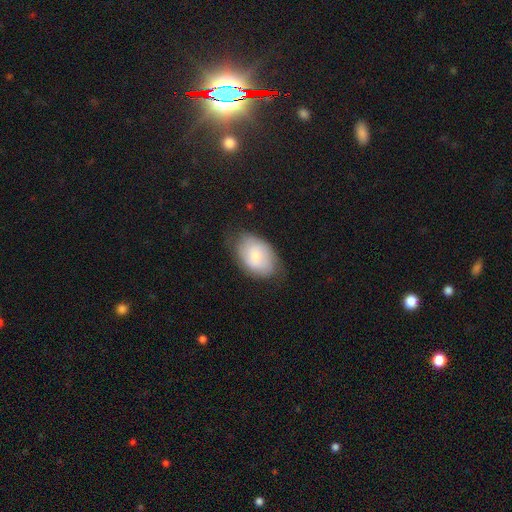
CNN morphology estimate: Smooth or featured? smooth (63%)
How rounded? in between (88%)
Merging? none (67%)